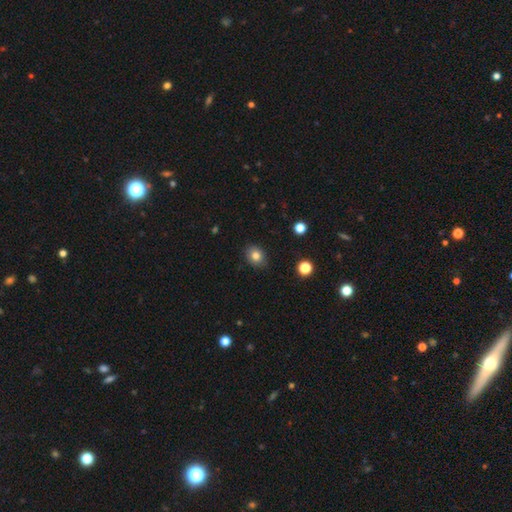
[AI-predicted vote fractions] Smooth or featured? Predicted: smooth (p=0.81). How rounded? Predicted: round (p=0.50). Merging? Predicted: none (p=0.86).